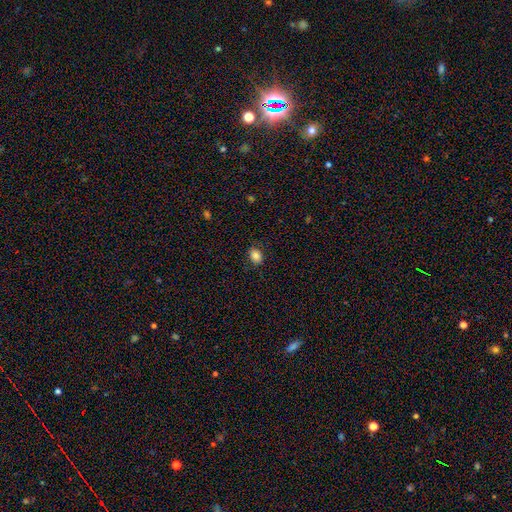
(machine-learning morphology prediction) A smooth galaxy with no disk features (83%) that is in between round and cigar-shaped (57%).

Vote fractions:
- Smooth or featured? smooth: 83% / star or artifact: 10% / featured or disk: 7%
- How rounded? in between: 57% / round: 42% / cigar-shaped: 1%
- Merging? none: 85% / minor disturbance: 11% / major disturbance: 3% / merger: 1%